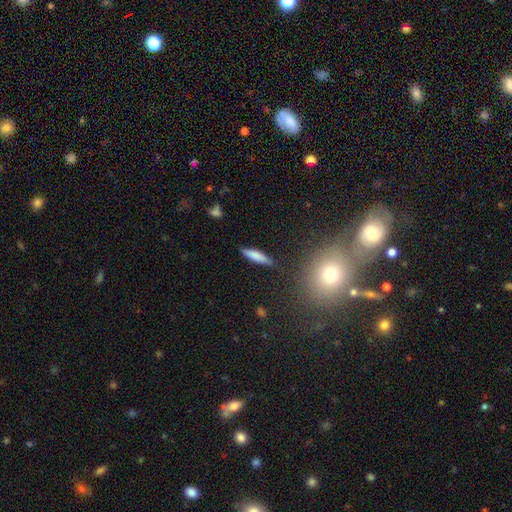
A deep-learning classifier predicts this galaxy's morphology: Q: Smooth or featured?
A: smooth (77%); runner-up: featured or disk (16%)
Q: How rounded?
A: cigar-shaped (77%); runner-up: in between (21%)
Q: Merging?
A: none (84%); runner-up: minor disturbance (11%)